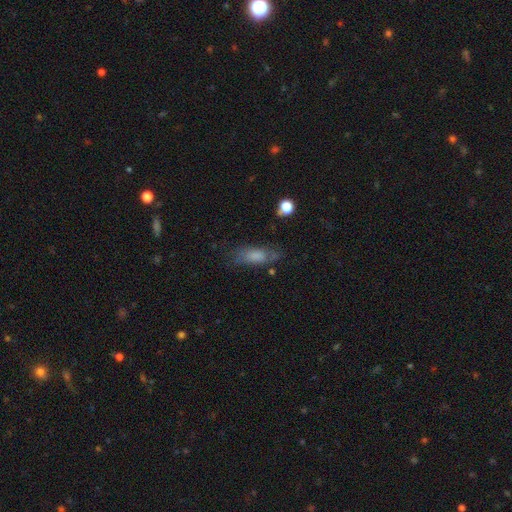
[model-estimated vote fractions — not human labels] This appears to be a smooth galaxy with no disk features (68%) that is in between round and cigar-shaped (68%). Merging: none (62%).